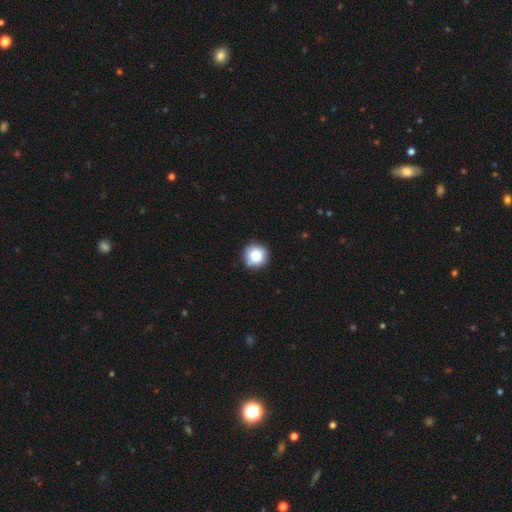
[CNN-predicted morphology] Smooth or featured? smooth (84%)
How rounded? round (95%)
Merging? none (85%)